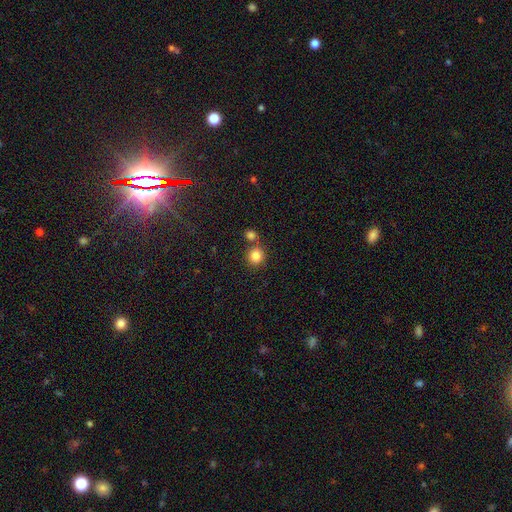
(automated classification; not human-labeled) smooth-or-featured: smooth: 84% | star or artifact: 11% | featured or disk: 5%
  how-rounded: round: 89% | in between: 10% | cigar-shaped: 1%
  merging: none: 68% | merger: 21% | minor disturbance: 8% | major disturbance: 3%